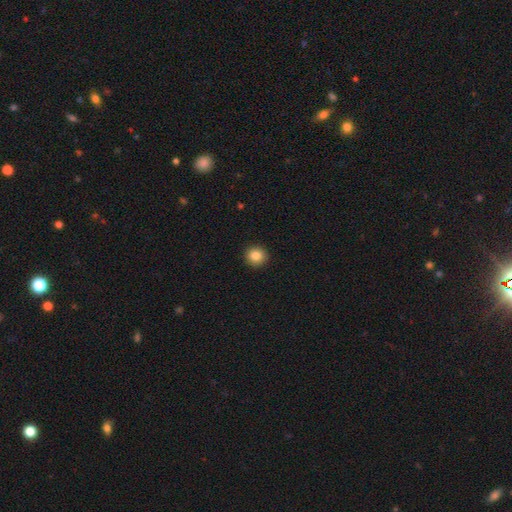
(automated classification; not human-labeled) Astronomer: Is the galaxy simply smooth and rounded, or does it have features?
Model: smooth — 85%.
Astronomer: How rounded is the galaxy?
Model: round — 92%.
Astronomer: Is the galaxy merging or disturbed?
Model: none — 92%.